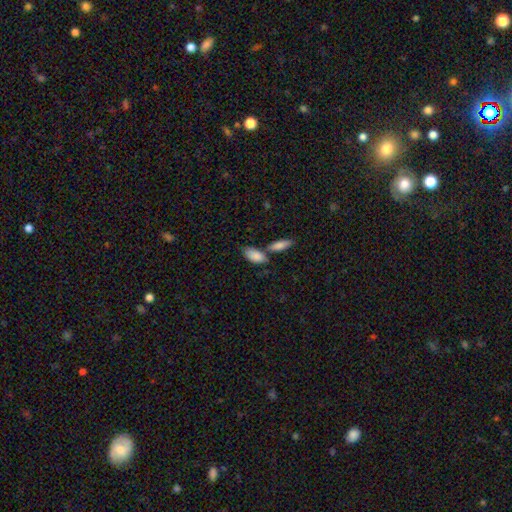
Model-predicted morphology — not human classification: smooth_or_featured: smooth (p=0.87) [alt: featured or disk p=0.08]
how_rounded: in between (p=0.90) [alt: cigar-shaped p=0.07]
merging: none (p=0.49) [alt: merger p=0.34]